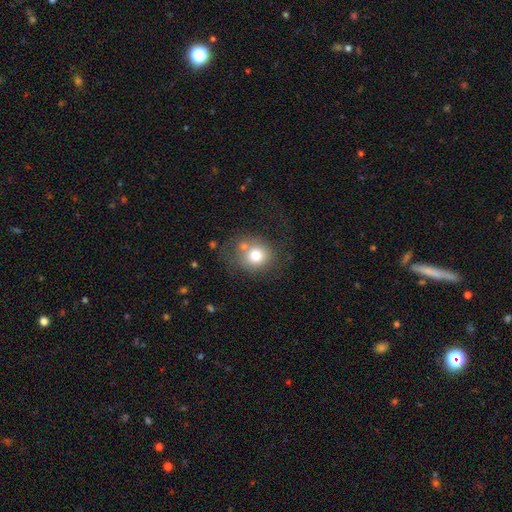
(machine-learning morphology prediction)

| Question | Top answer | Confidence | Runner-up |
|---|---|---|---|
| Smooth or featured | smooth | 73% | featured or disk (16%) |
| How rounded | round | 79% | in between (20%) |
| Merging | none | 55% | minor disturbance (18%) |